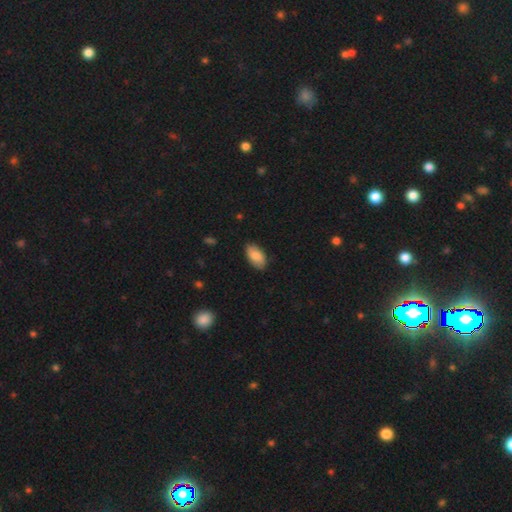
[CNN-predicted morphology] A smooth galaxy with no disk features (82%) that is in between round and cigar-shaped (94%). Merging: none (84%).